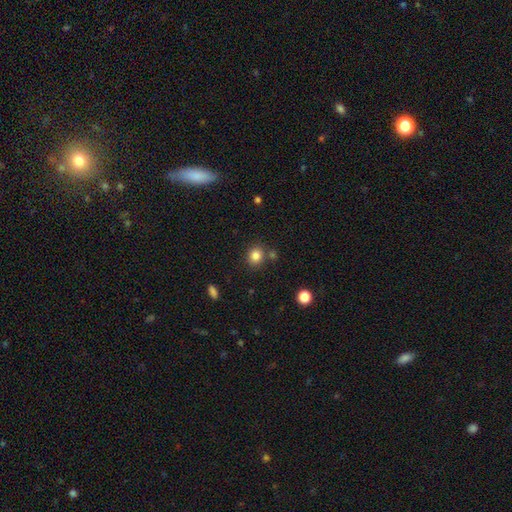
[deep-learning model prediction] smooth-or-featured: smooth: 83% | star or artifact: 12% | featured or disk: 5%
  how-rounded: round: 79% | in between: 20% | cigar-shaped: 1%
  merging: none: 78% | minor disturbance: 10% | merger: 9% | major disturbance: 3%